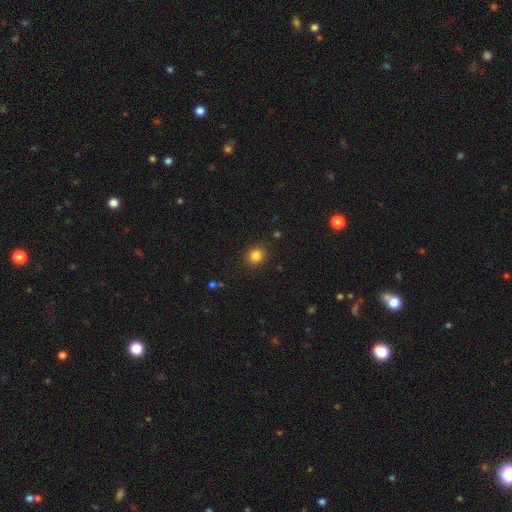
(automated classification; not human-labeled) Q: Smooth or featured?
A: smooth (84%); runner-up: star or artifact (12%)
Q: How rounded?
A: round (79%); runner-up: in between (20%)
Q: Merging?
A: none (89%); runner-up: minor disturbance (7%)